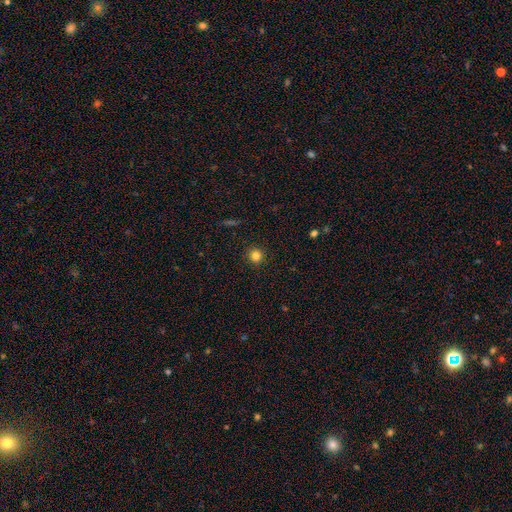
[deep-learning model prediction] This is clearly a smooth galaxy (82%). How rounded: clearly round (95%). Merging: clearly none (92%).